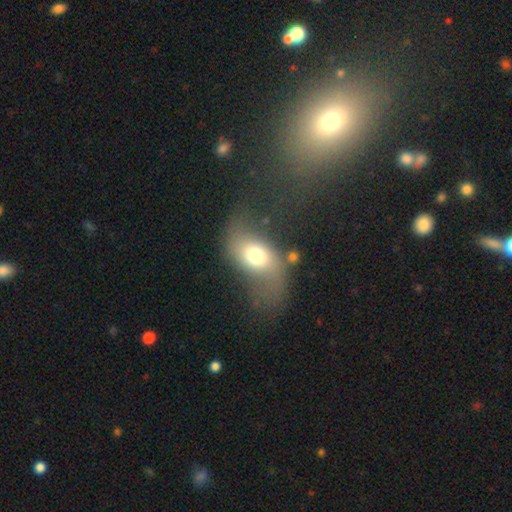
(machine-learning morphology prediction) This is possibly a smooth galaxy (58%). How rounded: likely in between (77%). Merging: marginally none (41%).